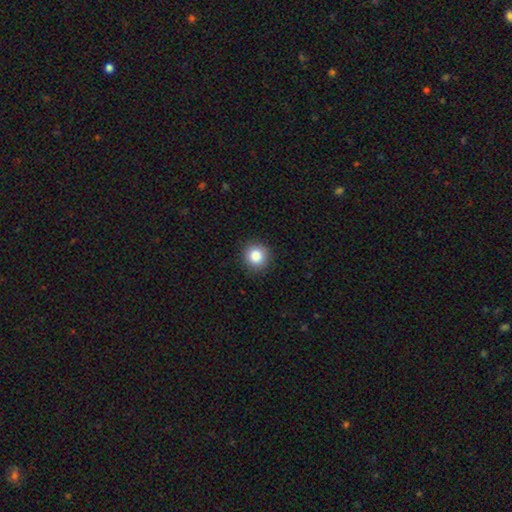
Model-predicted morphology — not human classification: smooth_or_featured: smooth (p=0.86) [alt: star or artifact p=0.10]
how_rounded: round (p=0.93) [alt: in between p=0.06]
merging: none (p=0.91) [alt: minor disturbance p=0.06]